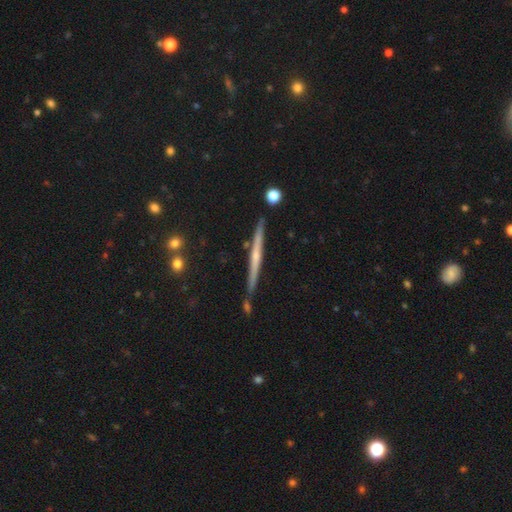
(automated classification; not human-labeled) Smooth or featured? featured or disk (70%)
Edge-on disk? yes (97%)
Edge-on bulge? rounded (54%)
Merging? none (86%)